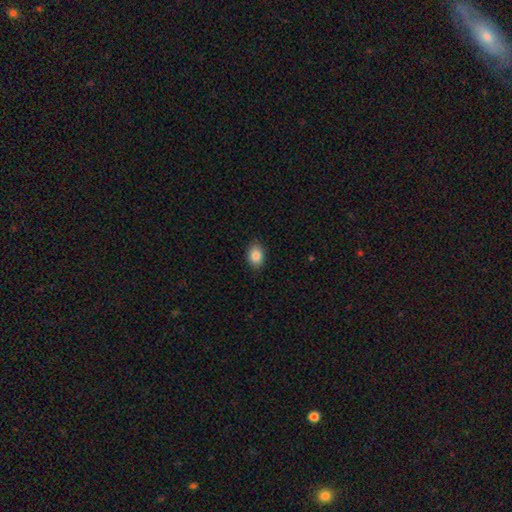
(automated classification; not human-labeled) Morphology: type=smooth (87%); roundness=in between (78%); merging=none (88%).